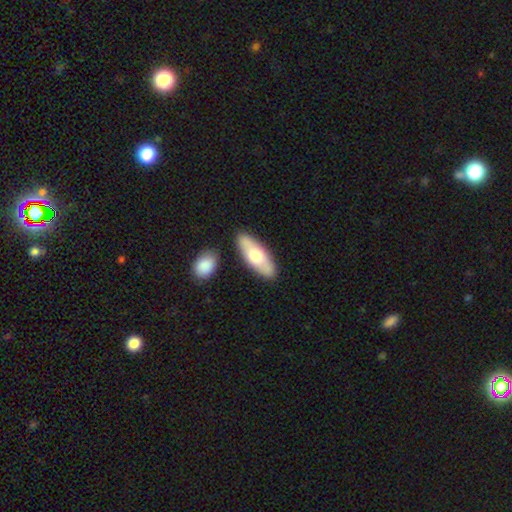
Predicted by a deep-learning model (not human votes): smooth-or-featured: smooth: 65% | featured or disk: 30% | star or artifact: 5%
  how-rounded: in between: 71% | cigar-shaped: 27% | round: 2%
  merging: none: 83% | minor disturbance: 10% | merger: 5% | major disturbance: 2%